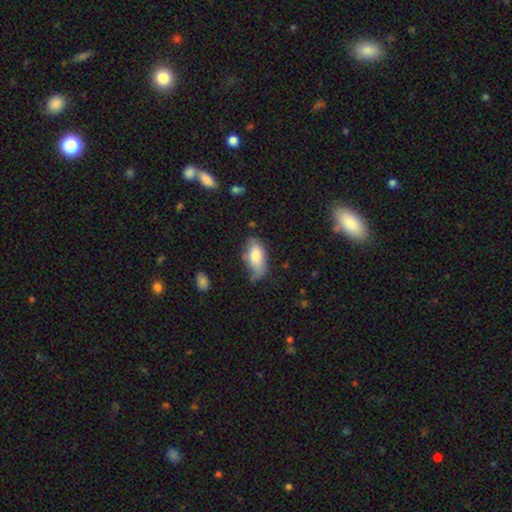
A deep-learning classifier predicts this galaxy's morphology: Q: Smooth or featured?
A: smooth (75%); runner-up: featured or disk (18%)
Q: How rounded?
A: in between (89%); runner-up: cigar-shaped (8%)
Q: Merging?
A: none (46%); runner-up: minor disturbance (38%)